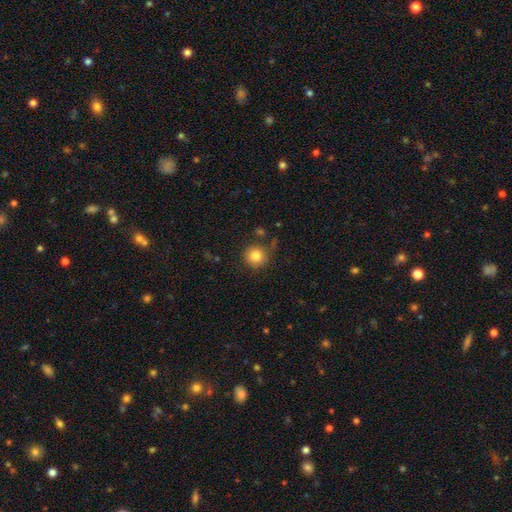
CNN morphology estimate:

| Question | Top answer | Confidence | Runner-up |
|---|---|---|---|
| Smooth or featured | smooth | 83% | star or artifact (11%) |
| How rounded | round | 93% | in between (6%) |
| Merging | none | 80% | minor disturbance (11%) |